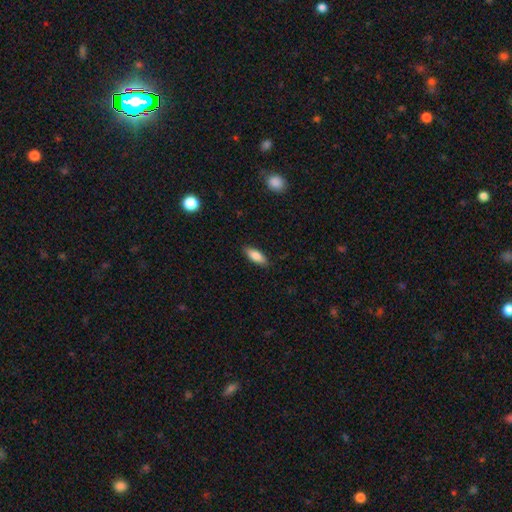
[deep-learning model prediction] Smooth or featured? smooth (81%)
How rounded? in between (70%)
Merging? none (87%)